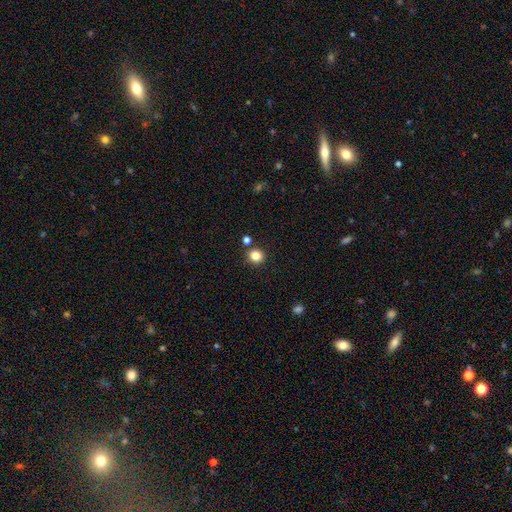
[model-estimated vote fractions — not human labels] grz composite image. It shows a smooth galaxy with no disk features (84%) that is round (89%). Merging: none (85%).